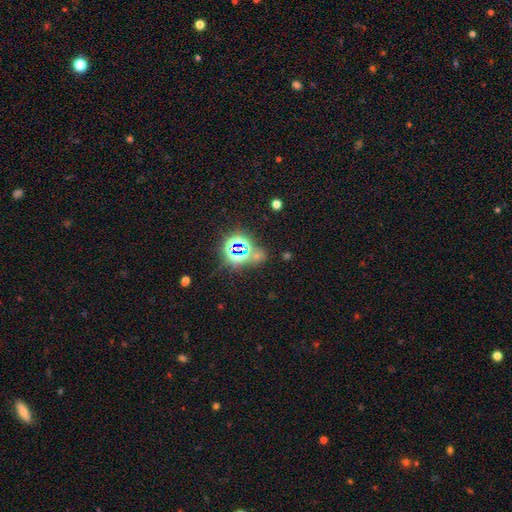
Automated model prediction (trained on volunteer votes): Morphology: type=star or artifact (74%).